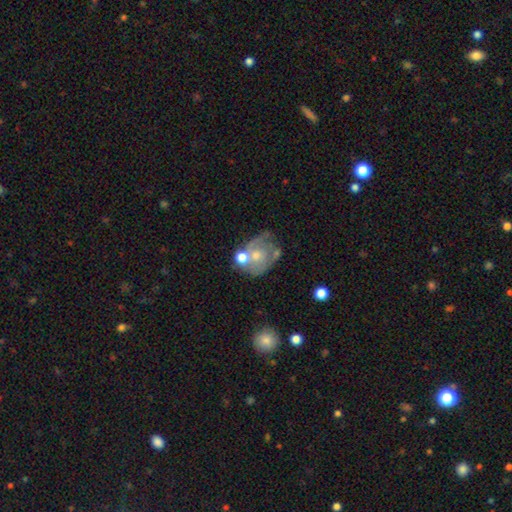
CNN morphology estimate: The model was most divided on "bulge size": moderate: 44%, small: 41%, none: 8%, large: 5%, dominant: 2%. Remaining: edge-on disk — no (97%); bar — no (82%); smooth or featured — featured or disk (60%); spiral arms — yes (53%); merging — none (35%).